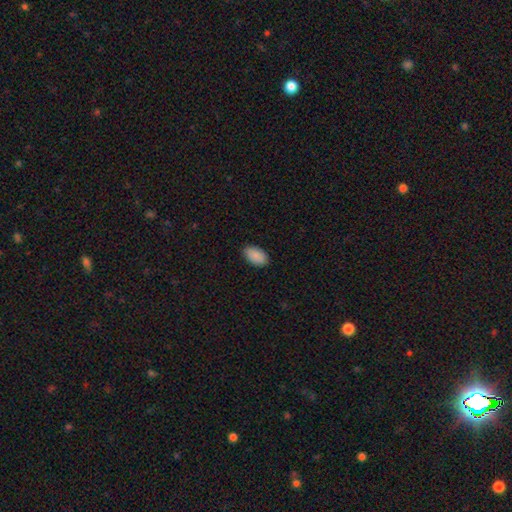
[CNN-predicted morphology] smooth-or-featured: smooth: 91% | star or artifact: 6% | featured or disk: 3%
  how-rounded: in between: 95% | round: 4% | cigar-shaped: 2%
  merging: none: 89% | minor disturbance: 9% | major disturbance: 2% | merger: 1%